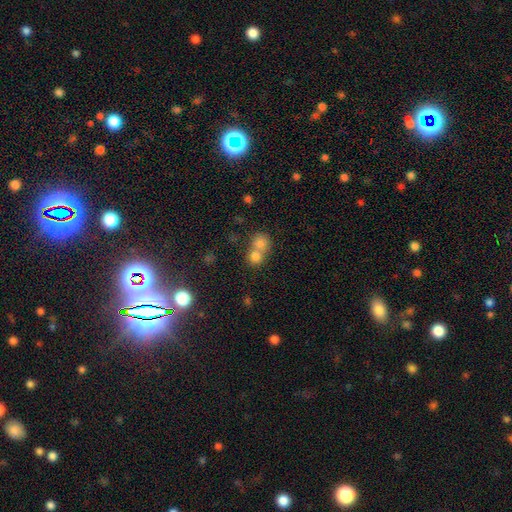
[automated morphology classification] Smooth or featured? Predicted: smooth (p=0.78). How rounded? Predicted: round (p=0.81). Merging? Predicted: merger (p=0.59).